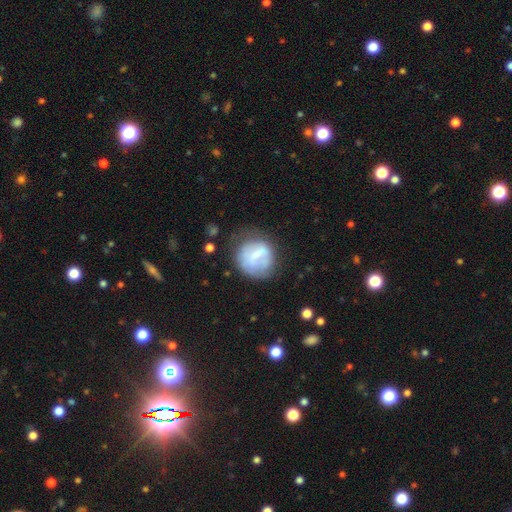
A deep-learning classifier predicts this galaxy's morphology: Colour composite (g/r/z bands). It shows a smooth galaxy with no disk features (58%) that is round (81%). Merging: none (52%).